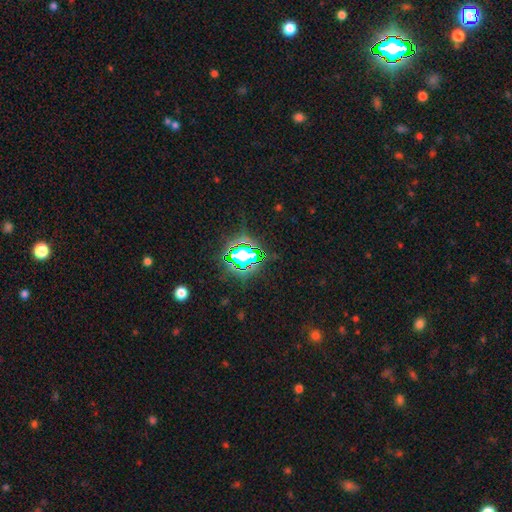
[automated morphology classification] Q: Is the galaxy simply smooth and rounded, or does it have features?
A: star or artifact — 79%.